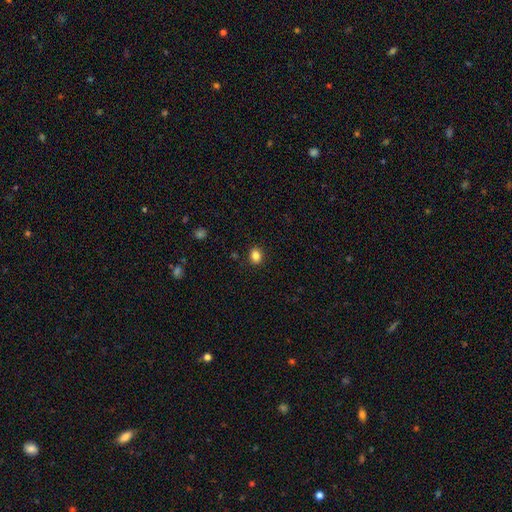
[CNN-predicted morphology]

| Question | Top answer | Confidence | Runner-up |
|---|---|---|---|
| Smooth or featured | smooth | 84% | star or artifact (11%) |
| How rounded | in between | 50% | round (49%) |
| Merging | none | 88% | minor disturbance (8%) |